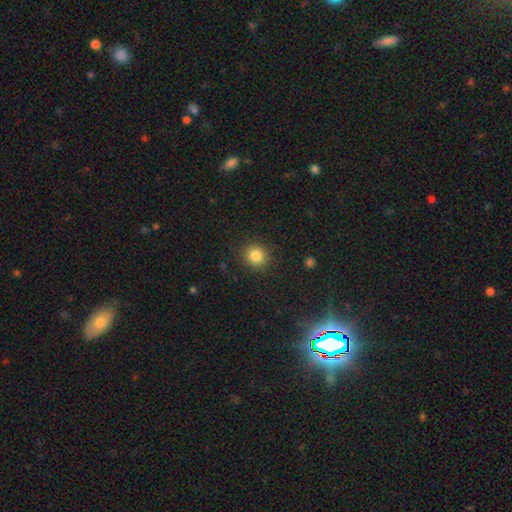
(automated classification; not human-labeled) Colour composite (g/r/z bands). It shows a smooth galaxy with no disk features (84%) that is round (89%). Merging: none (89%).